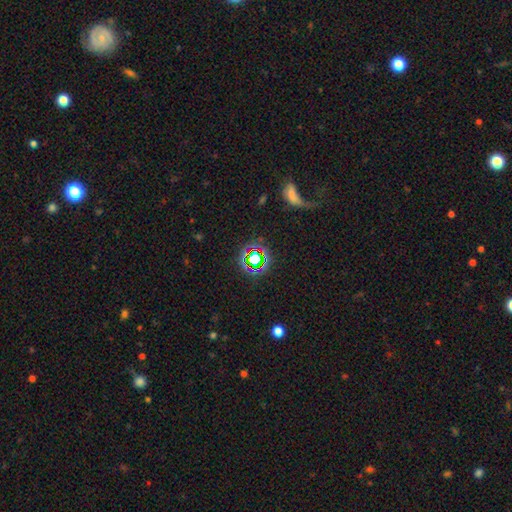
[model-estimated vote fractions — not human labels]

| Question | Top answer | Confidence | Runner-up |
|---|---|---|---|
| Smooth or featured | star or artifact | 67% | smooth (22%) |